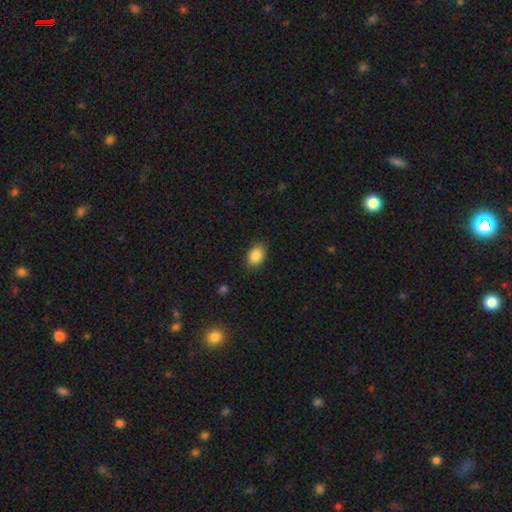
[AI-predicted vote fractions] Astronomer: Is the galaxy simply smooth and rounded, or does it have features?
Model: smooth — 86%.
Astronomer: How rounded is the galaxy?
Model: in between — 77%.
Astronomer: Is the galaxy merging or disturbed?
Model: none — 86%.